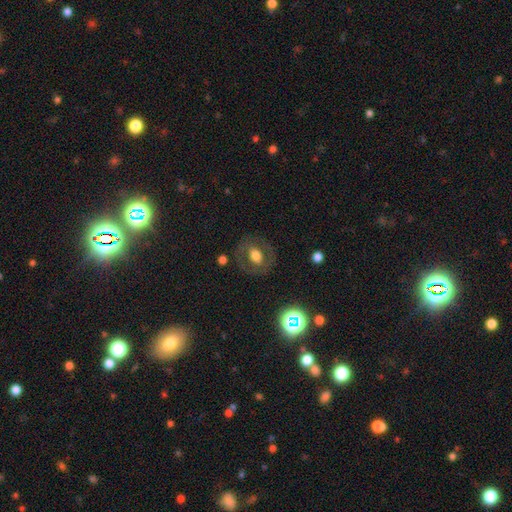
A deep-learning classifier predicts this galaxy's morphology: smooth_or_featured: smooth (p=0.49) [alt: featured or disk p=0.41]
merging: none (p=0.78) [alt: minor disturbance p=0.12]